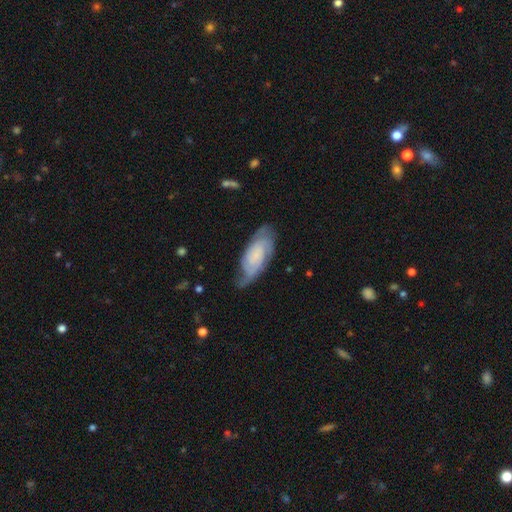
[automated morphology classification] This is likely a featured or disk galaxy (65%). It is clearly not viewed edge-on (92%). Bar: likely no (69%). Spiral arm pattern: clearly yes (92%). Spiral arm count: possibly 2 (51%). Spiral winding: possibly tight (49%). Central bulge: marginally small (40%). Merging: likely none (62%).